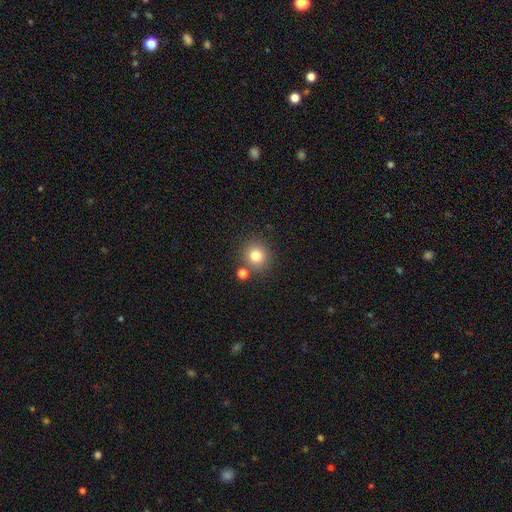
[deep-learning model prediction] Overall: smooth (79%). How rounded: round (90%). Merging: none (79%).